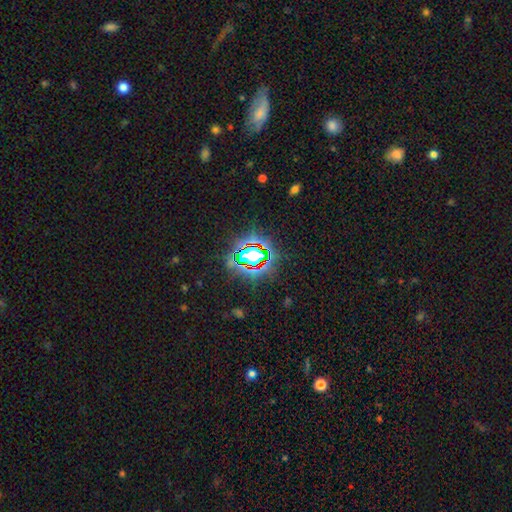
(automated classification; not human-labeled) Q: Smooth or featured?
A: star or artifact (77%); runner-up: smooth (14%)